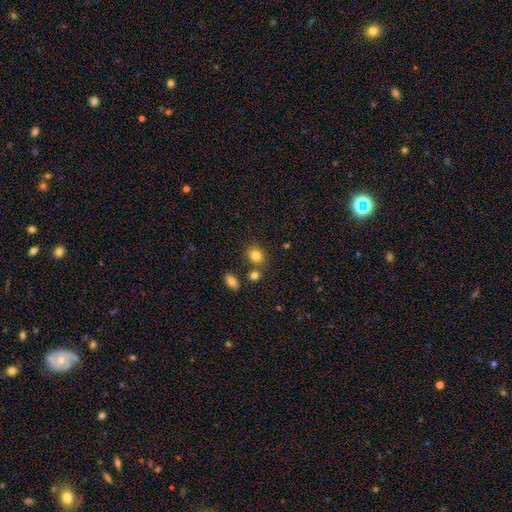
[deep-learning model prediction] smooth-or-featured: smooth: 83% | star or artifact: 11% | featured or disk: 7%
  how-rounded: round: 63% | in between: 36% | cigar-shaped: 1%
  merging: none: 72% | merger: 14% | minor disturbance: 11% | major disturbance: 4%